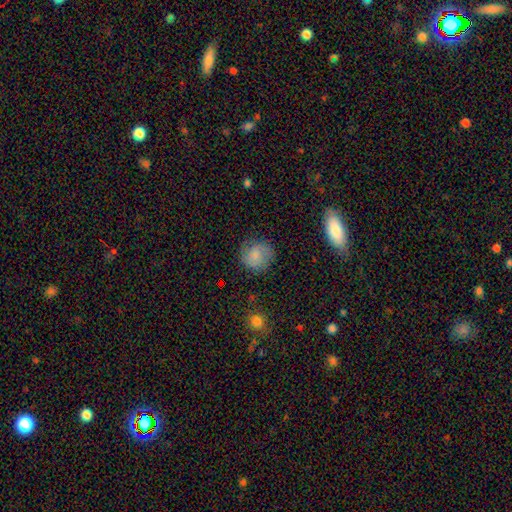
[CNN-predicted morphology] This is likely a smooth galaxy (66%). How rounded: clearly round (86%). Merging: likely none (75%).